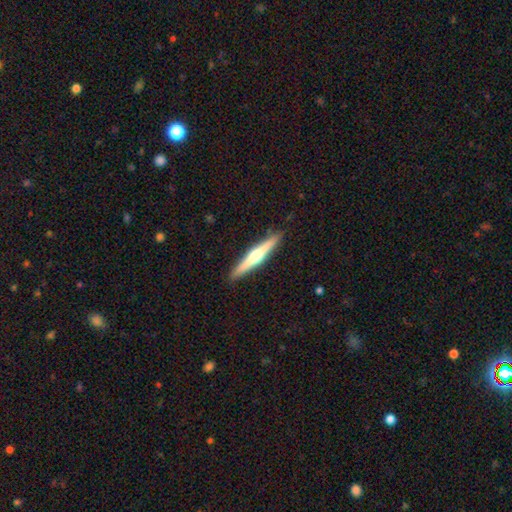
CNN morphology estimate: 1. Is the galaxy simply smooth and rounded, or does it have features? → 68% featured or disk, 27% smooth, 5% star or artifact.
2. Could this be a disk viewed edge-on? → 98% yes, 2% no.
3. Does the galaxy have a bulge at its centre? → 92% rounded, 4% none, 3% boxy.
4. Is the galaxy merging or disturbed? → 91% none, 7% minor disturbance, 1% major disturbance, 1% merger.